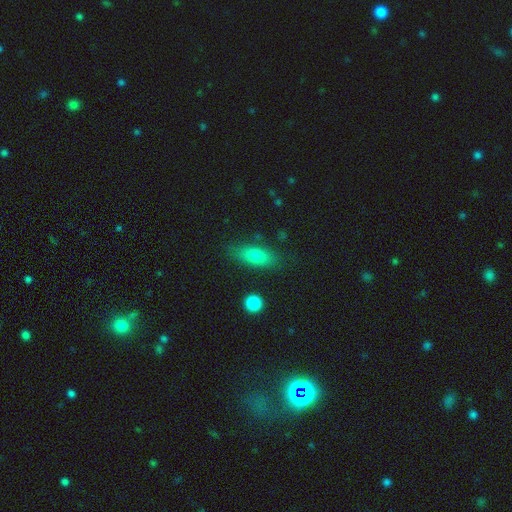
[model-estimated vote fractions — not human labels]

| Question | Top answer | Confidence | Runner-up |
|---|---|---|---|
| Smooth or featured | smooth | 76% | featured or disk (15%) |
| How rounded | in between | 69% | cigar-shaped (27%) |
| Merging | none | 81% | minor disturbance (13%) |